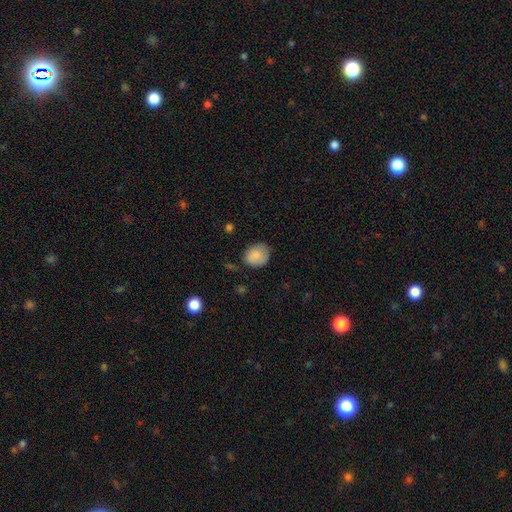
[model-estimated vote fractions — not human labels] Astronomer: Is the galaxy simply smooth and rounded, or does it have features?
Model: smooth — 85%.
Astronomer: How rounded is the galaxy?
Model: round — 62%.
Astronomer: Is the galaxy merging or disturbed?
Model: none — 66%.